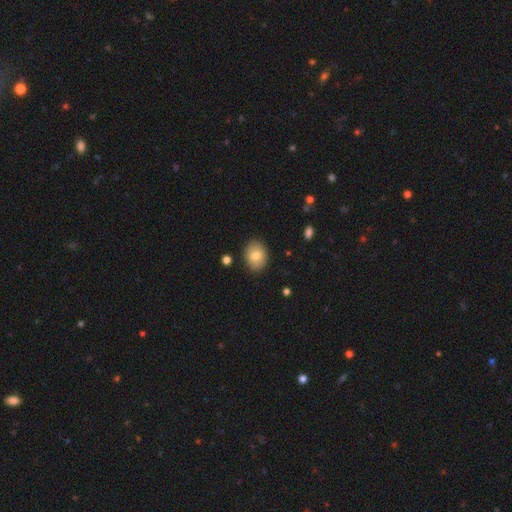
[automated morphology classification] Smooth or featured?
  - smooth: 79% *
  - featured or disk: 13%
  - star or artifact: 8%
How rounded?
  - in between: 54% *
  - round: 46%
  - cigar-shaped: 1%
Merging?
  - none: 87% *
  - minor disturbance: 9%
  - major disturbance: 2%
  - merger: 1%